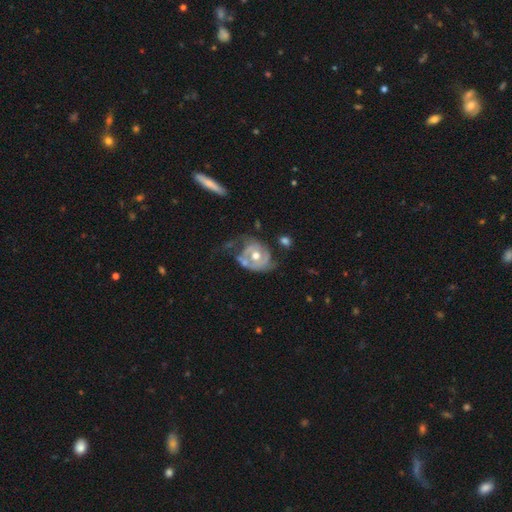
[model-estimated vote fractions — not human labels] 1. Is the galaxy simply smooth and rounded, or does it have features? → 72% featured or disk, 23% smooth, 6% star or artifact.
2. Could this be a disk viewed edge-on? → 97% no, 3% yes.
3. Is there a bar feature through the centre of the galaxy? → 78% no, 17% weak, 5% strong.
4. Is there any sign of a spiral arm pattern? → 60% yes, 40% no.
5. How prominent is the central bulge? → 79% moderate, 9% small, 9% large, 1% none, 1% dominant.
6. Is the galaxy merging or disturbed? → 33% none (tied), 33% major disturbance (tied), 25% minor disturbance, 9% merger.